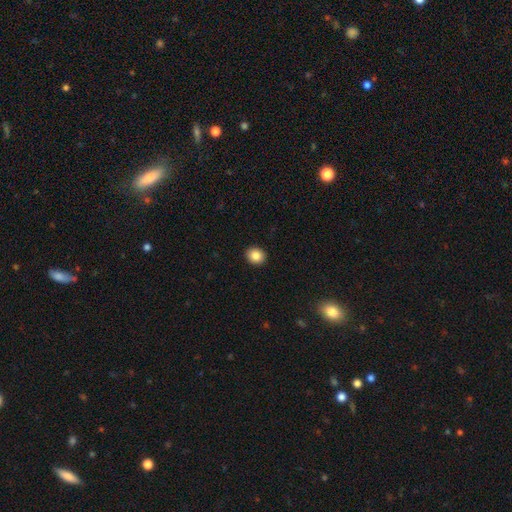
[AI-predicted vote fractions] smooth-or-featured: smooth: 85% | star or artifact: 9% | featured or disk: 6%
  how-rounded: round: 70% | in between: 30% | cigar-shaped: 1%
  merging: none: 92% | minor disturbance: 5% | major disturbance: 2% | merger: 1%